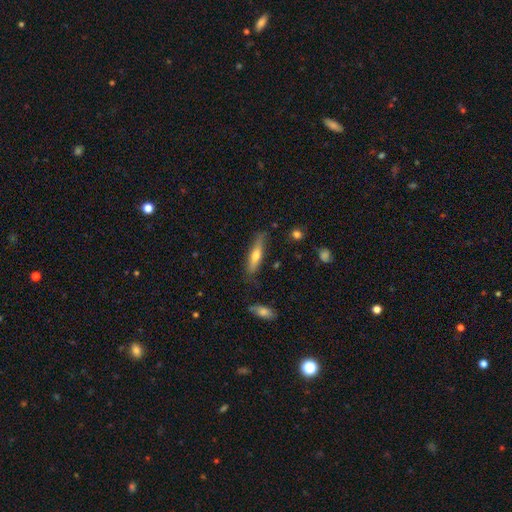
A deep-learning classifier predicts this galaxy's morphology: Smooth or featured?
  - smooth: 53% *
  - featured or disk: 41%
  - star or artifact: 6%
How rounded?
  - cigar-shaped: 82% *
  - in between: 16%
  - round: 2%
Merging?
  - none: 76% *
  - minor disturbance: 17%
  - major disturbance: 4%
  - merger: 3%